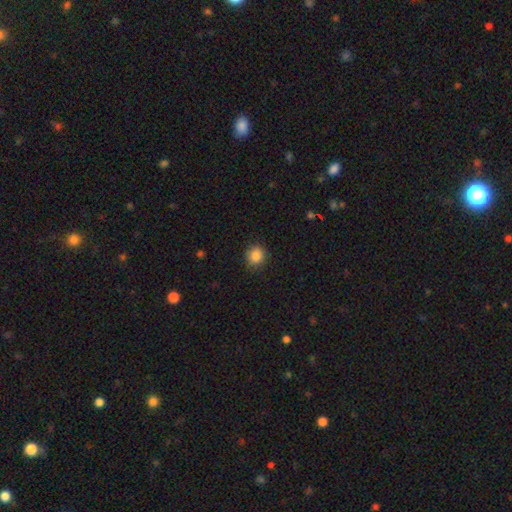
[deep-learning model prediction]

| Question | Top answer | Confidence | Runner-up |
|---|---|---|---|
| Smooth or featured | smooth | 87% | star or artifact (10%) |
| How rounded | round | 85% | in between (14%) |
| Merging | none | 86% | minor disturbance (10%) |